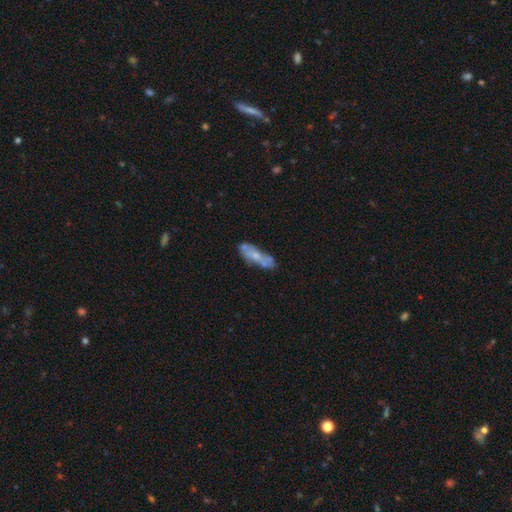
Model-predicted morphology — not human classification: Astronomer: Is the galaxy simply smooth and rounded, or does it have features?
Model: smooth — 46%, tied with featured or disk at 46%.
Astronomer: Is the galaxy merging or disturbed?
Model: none — 53%.